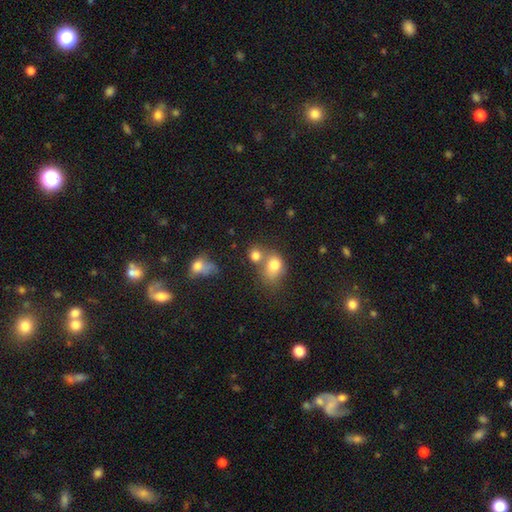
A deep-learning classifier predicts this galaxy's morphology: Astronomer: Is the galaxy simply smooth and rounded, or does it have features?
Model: smooth — 77%.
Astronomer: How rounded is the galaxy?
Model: round — 62%.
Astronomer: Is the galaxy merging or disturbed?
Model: merger — 48% (runner-up: none, 36%).